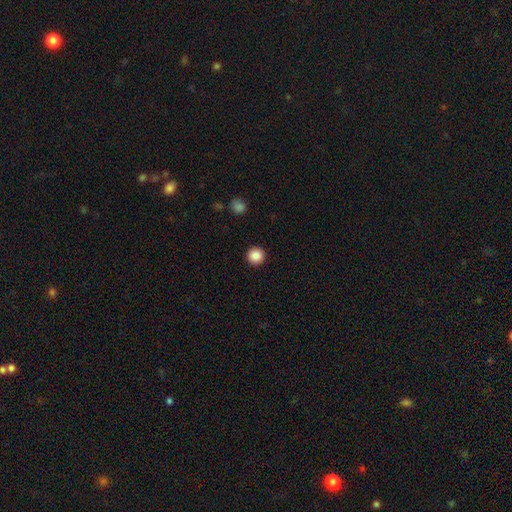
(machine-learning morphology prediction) smooth 87%, star or artifact 9%, featured or disk 4%. Down the decision tree: how rounded — round (96%); merging — none (93%).